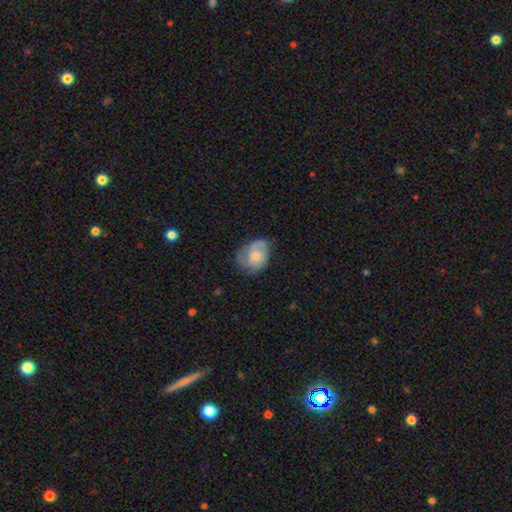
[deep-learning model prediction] Smooth or featured? smooth (55%)
How rounded? in between (60%)
Merging? none (51%)